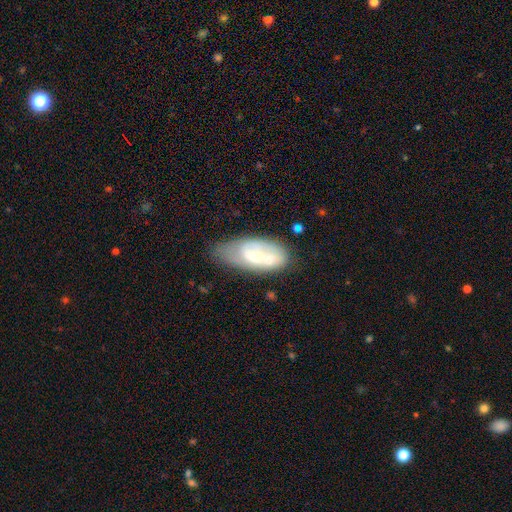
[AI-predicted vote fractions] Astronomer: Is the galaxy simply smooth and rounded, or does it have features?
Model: featured or disk — 53% (runner-up: smooth, 40%).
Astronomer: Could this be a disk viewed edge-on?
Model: no — 92%.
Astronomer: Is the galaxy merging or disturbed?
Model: none — 38% (runner-up: minor disturbance, 29%).